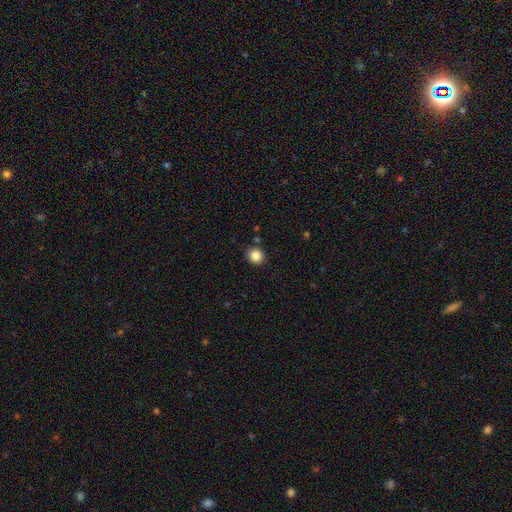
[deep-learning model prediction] A smooth galaxy with no disk features (87%) that is round (83%). Merging: none (87%).